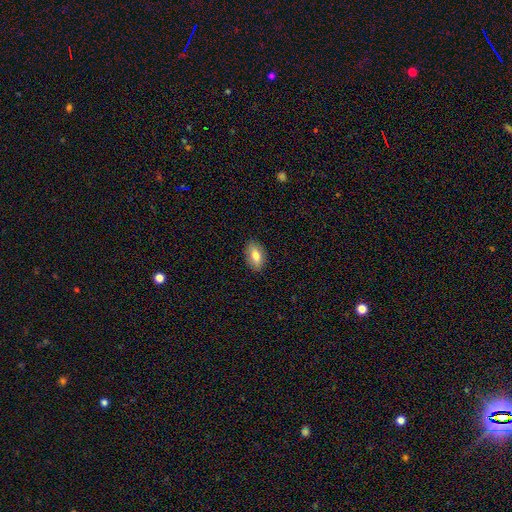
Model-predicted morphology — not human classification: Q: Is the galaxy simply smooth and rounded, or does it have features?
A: smooth — 77%.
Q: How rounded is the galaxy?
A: in between — 90%.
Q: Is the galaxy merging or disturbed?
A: none — 88%.